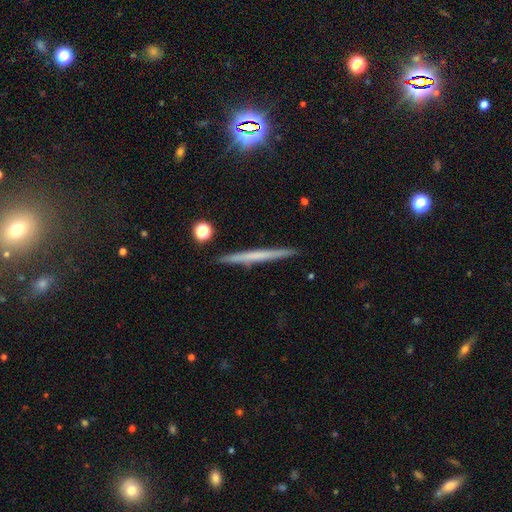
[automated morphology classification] This is possibly a featured or disk galaxy (47%). Merging: clearly none (92%).